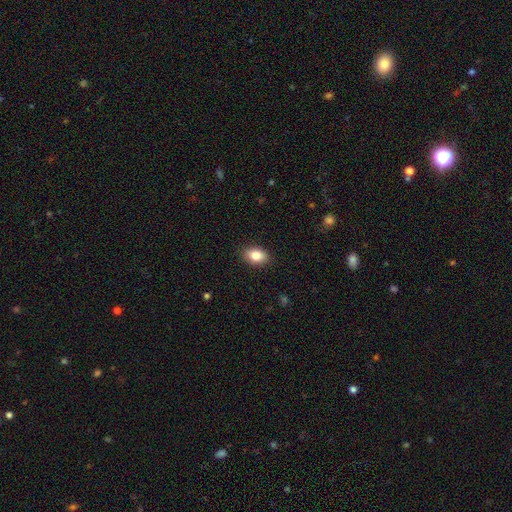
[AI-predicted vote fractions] Overall: smooth (86%). How rounded: in between (85%). Merging: none (88%).